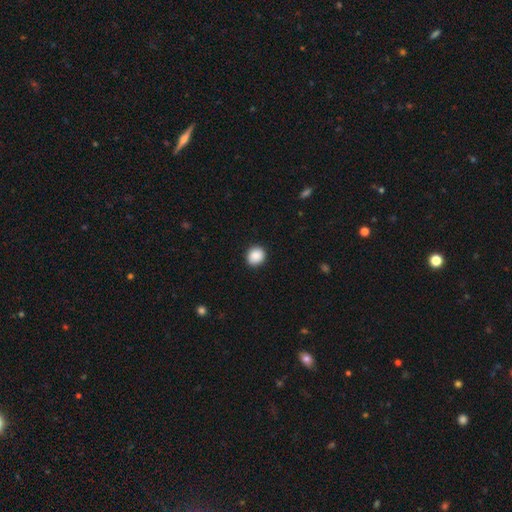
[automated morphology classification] Smooth or featured? Predicted: smooth (p=0.89). How rounded? Predicted: round (p=0.79). Merging? Predicted: none (p=0.91).